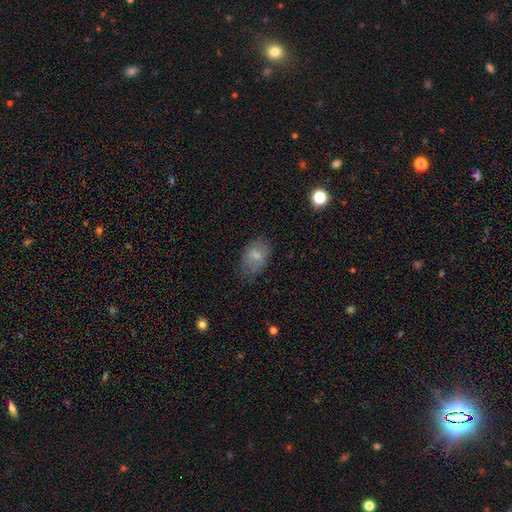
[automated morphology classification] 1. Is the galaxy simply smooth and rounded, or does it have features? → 73% smooth, 19% featured or disk, 8% star or artifact.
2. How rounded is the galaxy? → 86% in between, 12% round, 1% cigar-shaped.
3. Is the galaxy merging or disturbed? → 65% none, 25% minor disturbance, 8% major disturbance, 1% merger.